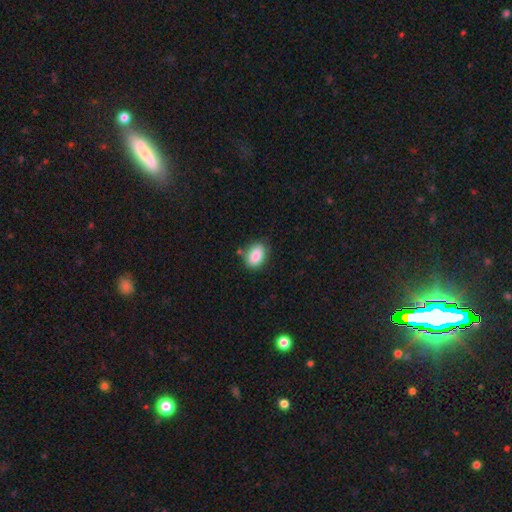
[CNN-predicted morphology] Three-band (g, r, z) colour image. It shows a smooth galaxy with no disk features (86%) that is in between round and cigar-shaped (84%). Merging: none (73%).